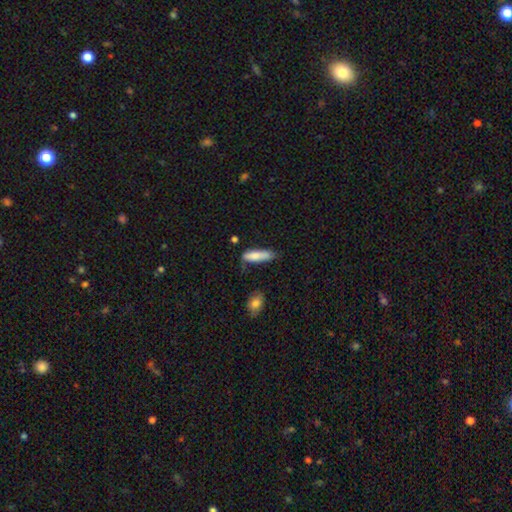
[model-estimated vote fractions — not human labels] Q: Smooth or featured?
A: smooth (81%); runner-up: featured or disk (12%)
Q: How rounded?
A: cigar-shaped (60%); runner-up: in between (38%)
Q: Merging?
A: none (58%); runner-up: minor disturbance (29%)